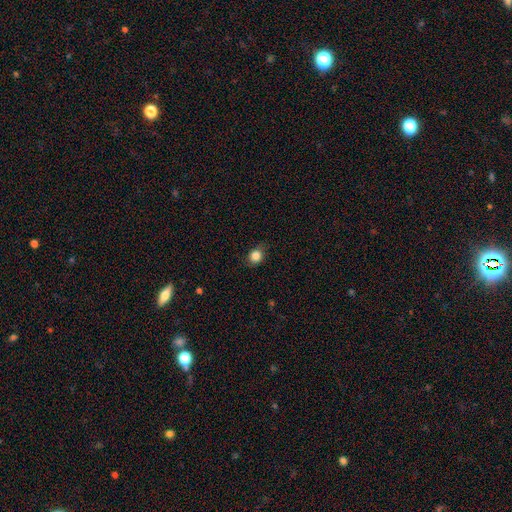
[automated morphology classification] This is clearly a smooth galaxy (85%). How rounded: likely round (65%). Merging: likely none (80%).